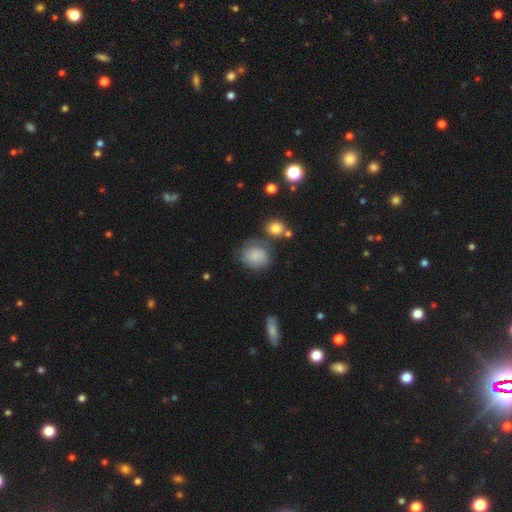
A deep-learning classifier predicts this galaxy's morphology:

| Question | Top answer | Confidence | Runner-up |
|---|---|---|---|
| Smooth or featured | smooth | 75% | featured or disk (16%) |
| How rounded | round | 70% | in between (29%) |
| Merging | none | 59% | minor disturbance (24%) |